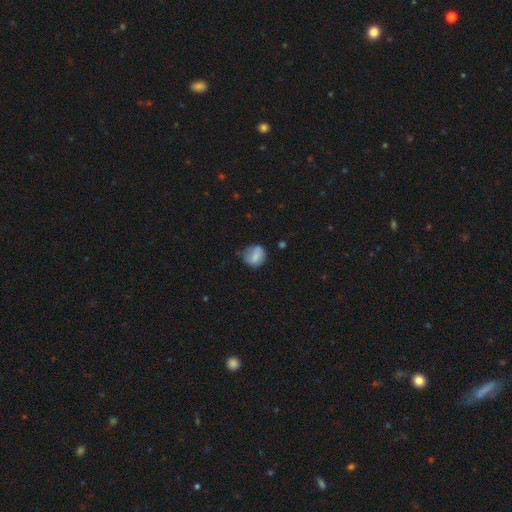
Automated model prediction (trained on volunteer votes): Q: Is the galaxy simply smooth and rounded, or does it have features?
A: smooth — 74%.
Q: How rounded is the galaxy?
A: round — 76%.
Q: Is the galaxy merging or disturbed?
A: none — 64%.